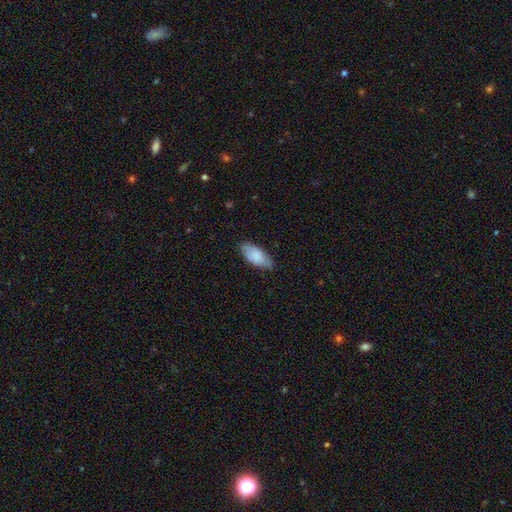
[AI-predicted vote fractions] Morphology: type=smooth (80%); roundness=in between (89%); merging=none (73%).